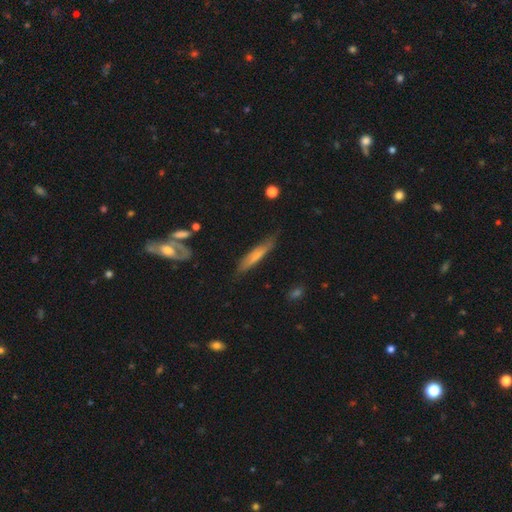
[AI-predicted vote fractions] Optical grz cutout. It shows a smooth galaxy with no disk features (62%) that is cigar-shaped (89%). Merging: none (76%).